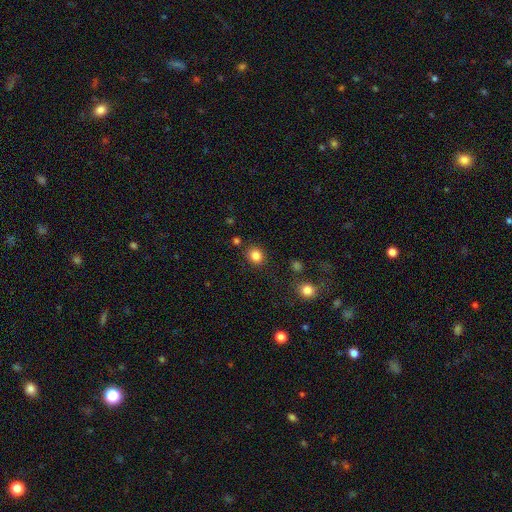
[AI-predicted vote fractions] Smooth or featured: smooth — 84% (star or artifact — 11%)
How rounded: round — 72% (in between — 27%)
Merging: none — 84% (minor disturbance — 9%)